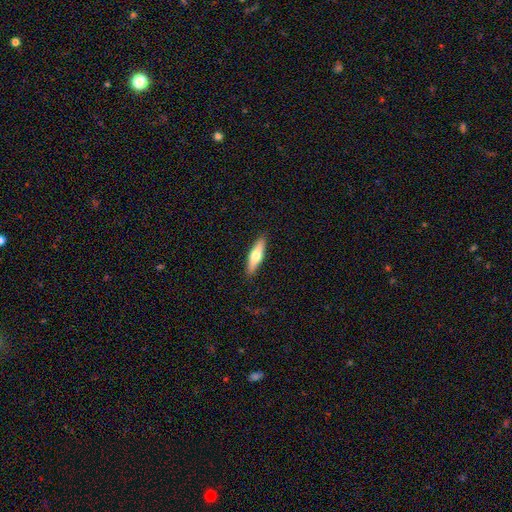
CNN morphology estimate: Smooth or featured? Predicted: smooth (p=0.51). How rounded? Predicted: cigar-shaped (p=0.69). Merging? Predicted: none (p=0.90).